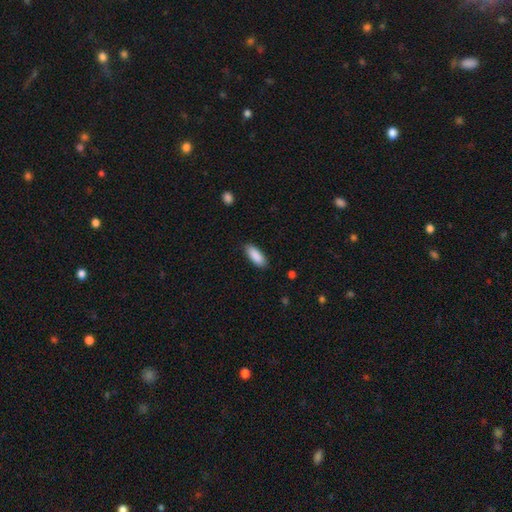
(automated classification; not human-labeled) smooth_or_featured: smooth (p=0.90) [alt: star or artifact p=0.06]
how_rounded: in between (p=0.73) [alt: cigar-shaped p=0.26]
merging: none (p=0.86) [alt: minor disturbance p=0.10]